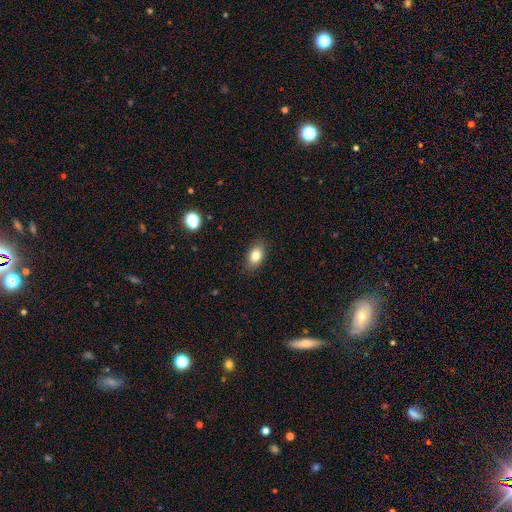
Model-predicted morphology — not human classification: Q: Smooth or featured?
A: smooth (82%); runner-up: featured or disk (9%)
Q: How rounded?
A: in between (86%); runner-up: round (12%)
Q: Merging?
A: none (86%); runner-up: minor disturbance (10%)